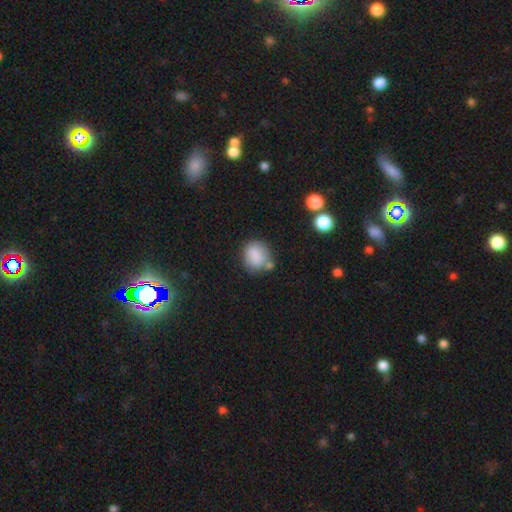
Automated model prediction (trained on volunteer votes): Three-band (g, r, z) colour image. It shows a smooth galaxy with no disk features (82%) that is round (67%). Merging: none (56%).